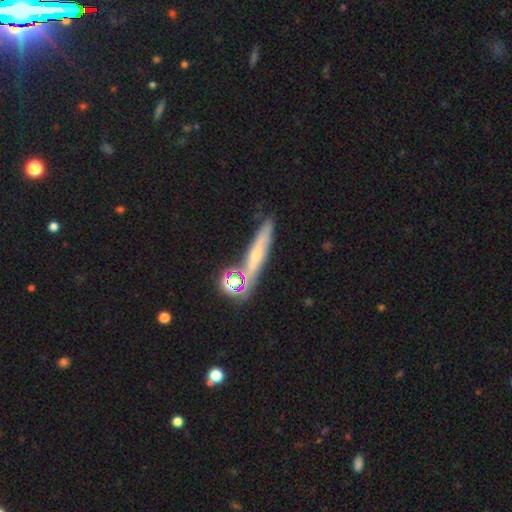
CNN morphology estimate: Q: Smooth or featured?
A: featured or disk (52%); runner-up: smooth (35%)
Q: Edge-on disk?
A: yes (84%); runner-up: no (16%)
Q: Merging?
A: none (74%); runner-up: minor disturbance (14%)